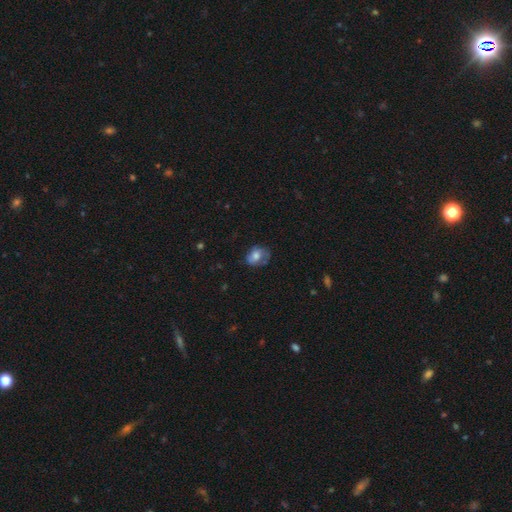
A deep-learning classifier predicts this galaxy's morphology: This is likely a smooth galaxy (66%). How rounded: likely in between (64%). Merging: possibly none (53%).